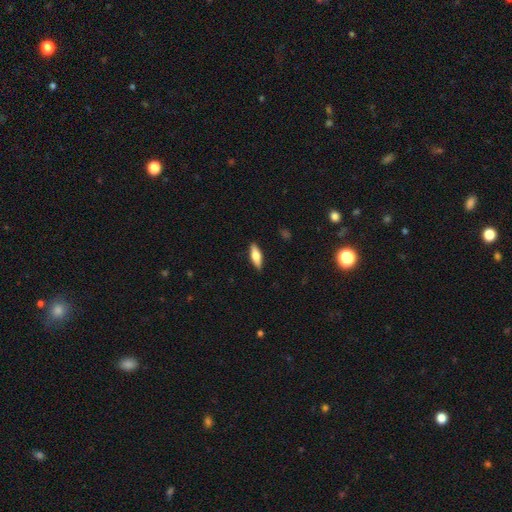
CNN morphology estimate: This appears to be a smooth galaxy with no disk features (63%) that is in between round and cigar-shaped (56%). Merging: none (89%).